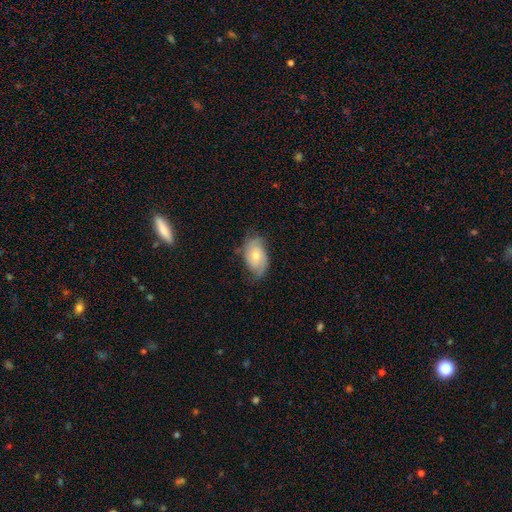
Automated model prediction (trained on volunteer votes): The model was most divided on "smooth or featured": featured or disk: 47%, smooth: 46%, star or artifact: 7%. More confident: merging — none (65%).